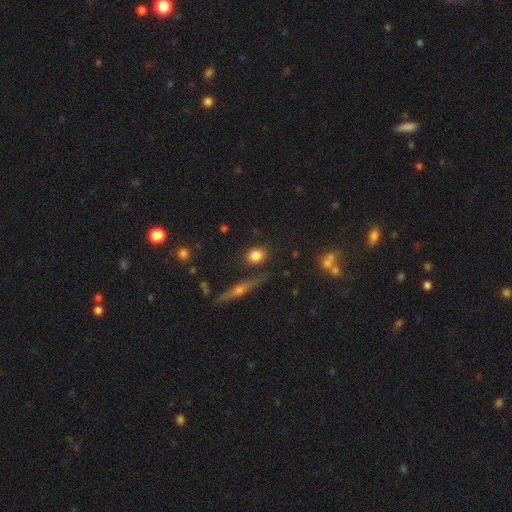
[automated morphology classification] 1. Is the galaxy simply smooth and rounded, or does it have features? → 81% smooth, 10% star or artifact, 9% featured or disk.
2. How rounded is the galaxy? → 60% round, 36% in between, 4% cigar-shaped.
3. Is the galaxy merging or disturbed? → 80% none, 12% minor disturbance, 5% merger, 4% major disturbance.